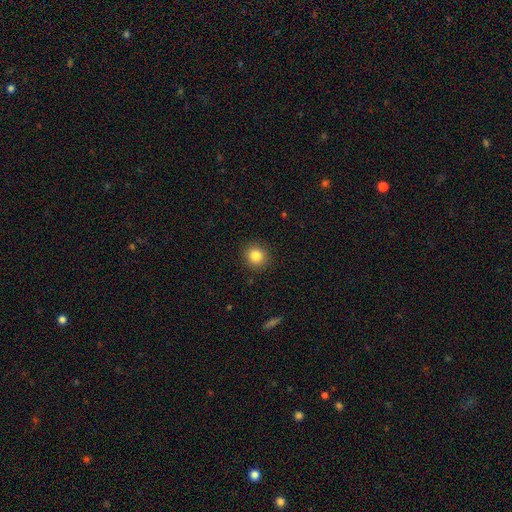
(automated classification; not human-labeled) This appears to be a smooth galaxy with no disk features (84%) that is round (91%). Merging: none (91%).